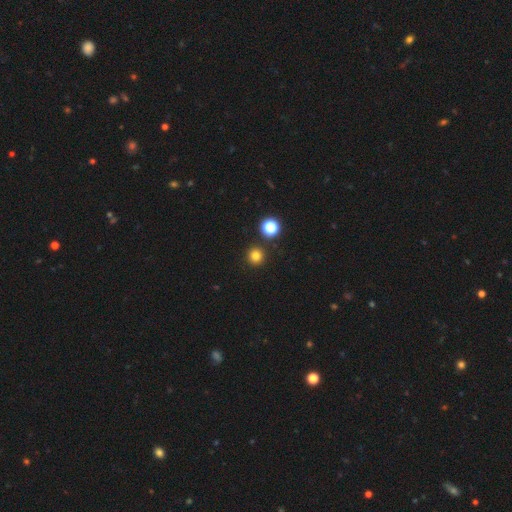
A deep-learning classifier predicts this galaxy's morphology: Smooth or featured?
  - smooth: 79% *
  - star or artifact: 16%
  - featured or disk: 5%
How rounded?
  - round: 95% *
  - in between: 4%
  - cigar-shaped: 1%
Merging?
  - none: 90% *
  - minor disturbance: 5%
  - merger: 3%
  - major disturbance: 2%